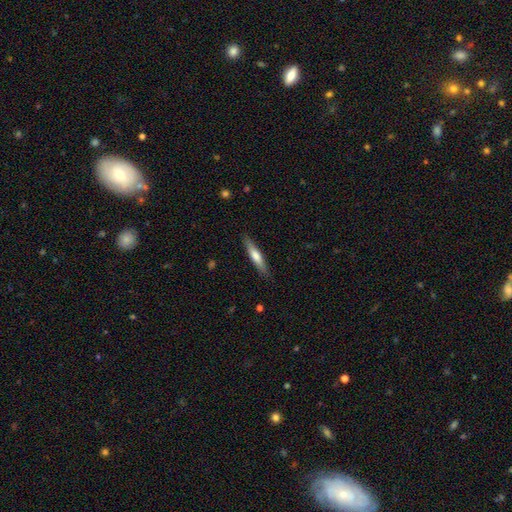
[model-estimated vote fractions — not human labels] Morphology: type=smooth (60%); roundness=cigar-shaped (87%); merging=none (88%).